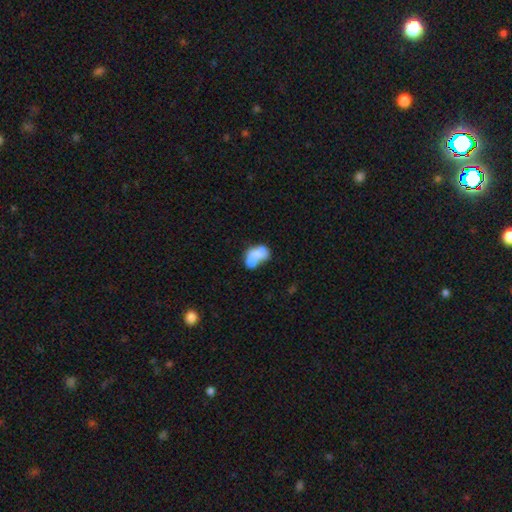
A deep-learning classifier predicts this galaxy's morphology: type=smooth (64%); roundness=in between (83%); merging=merger (59%).